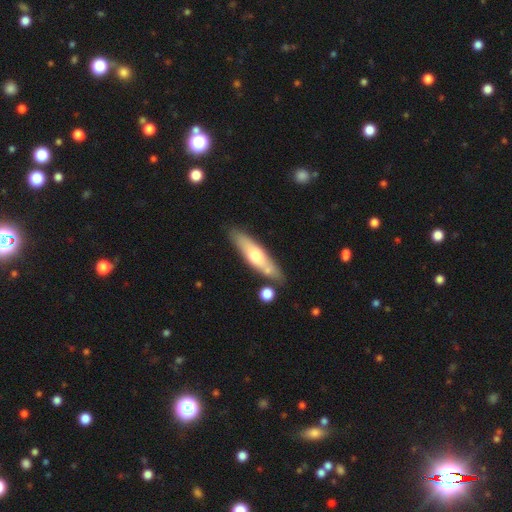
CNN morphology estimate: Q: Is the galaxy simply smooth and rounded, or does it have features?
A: smooth — 52%.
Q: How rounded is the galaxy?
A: cigar-shaped — 72%.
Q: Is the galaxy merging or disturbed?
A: none — 74%.